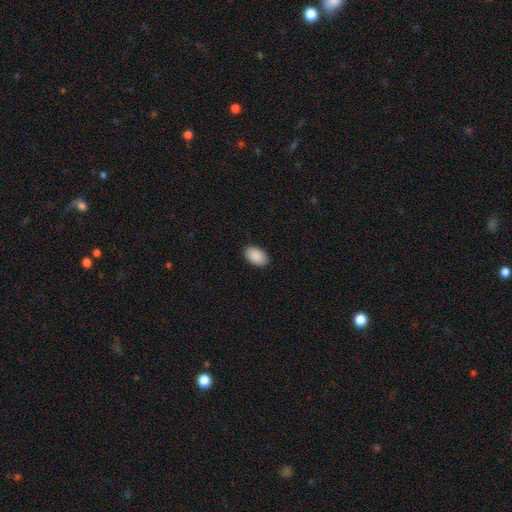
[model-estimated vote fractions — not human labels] This is clearly a smooth galaxy (91%). How rounded: clearly in between (92%). Merging: clearly none (89%).